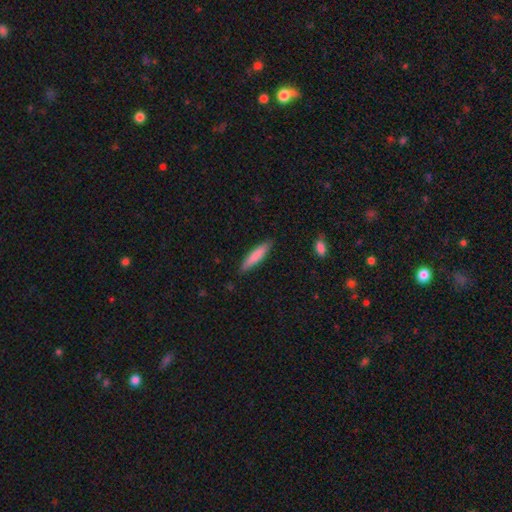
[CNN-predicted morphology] Overall: smooth (80%). How rounded: cigar-shaped (84%). Merging: none (86%).